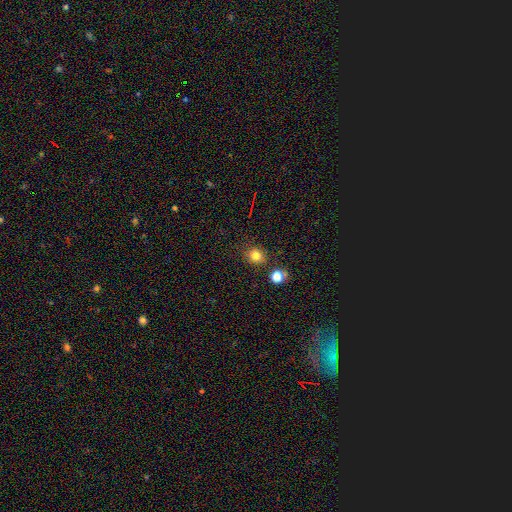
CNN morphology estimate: Overall: smooth (78%). How rounded: round (78%). Merging: none (83%).